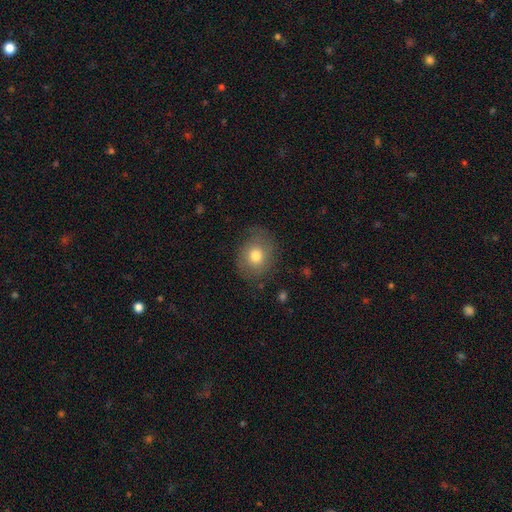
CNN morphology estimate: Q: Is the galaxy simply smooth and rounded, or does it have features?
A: smooth — 73%.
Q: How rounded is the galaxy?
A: round — 65%.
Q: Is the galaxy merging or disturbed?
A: none — 74%.